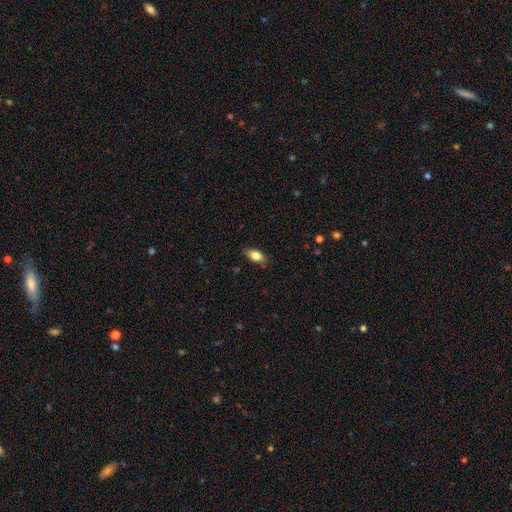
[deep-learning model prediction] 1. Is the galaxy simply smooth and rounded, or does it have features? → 81% smooth, 12% featured or disk, 8% star or artifact.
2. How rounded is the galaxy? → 87% in between, 8% cigar-shaped, 5% round.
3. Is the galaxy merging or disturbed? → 83% none, 13% minor disturbance, 3% major disturbance, 1% merger.